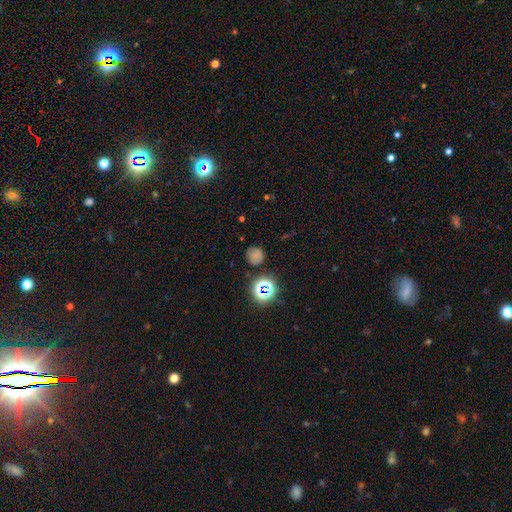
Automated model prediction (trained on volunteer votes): smooth 59%, star or artifact 29%, featured or disk 12%. Down the decision tree: how rounded — round (87%); merging — none (78%).